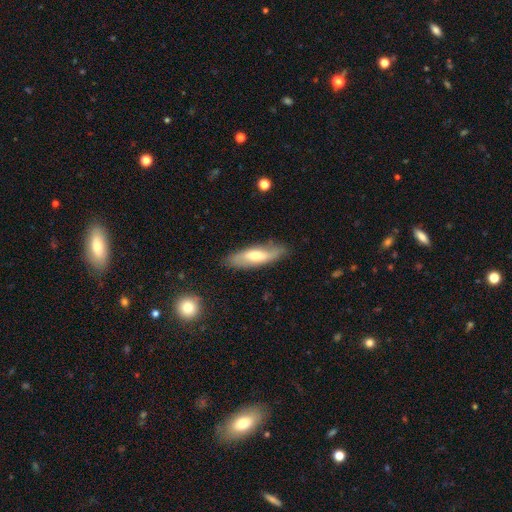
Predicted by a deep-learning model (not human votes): Q: Smooth or featured?
A: smooth (52%); runner-up: featured or disk (42%)
Q: How rounded?
A: in between (50%); runner-up: cigar-shaped (48%)
Q: Merging?
A: none (76%); runner-up: minor disturbance (18%)